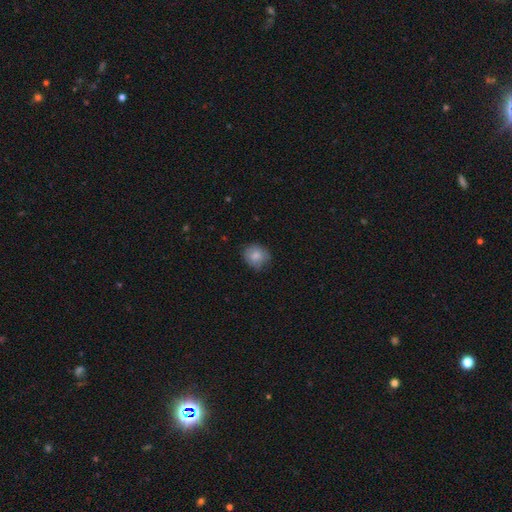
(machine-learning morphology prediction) Q: Smooth or featured?
A: smooth (83%); runner-up: featured or disk (9%)
Q: How rounded?
A: round (79%); runner-up: in between (21%)
Q: Merging?
A: none (74%); runner-up: minor disturbance (21%)